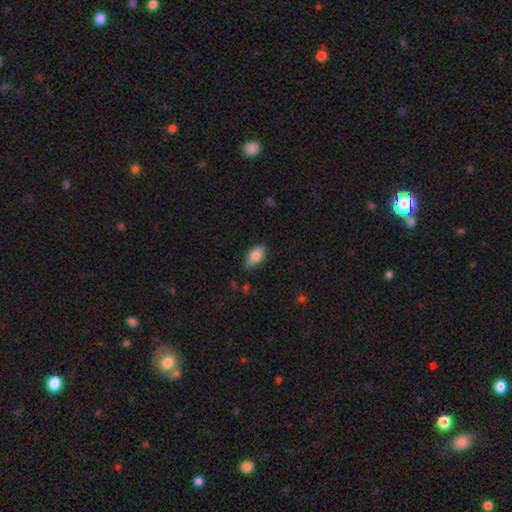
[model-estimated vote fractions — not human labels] smooth-or-featured: smooth: 83% | featured or disk: 9% | star or artifact: 7%
  how-rounded: in between: 91% | round: 6% | cigar-shaped: 3%
  merging: none: 77% | minor disturbance: 19% | major disturbance: 3% | merger: 1%